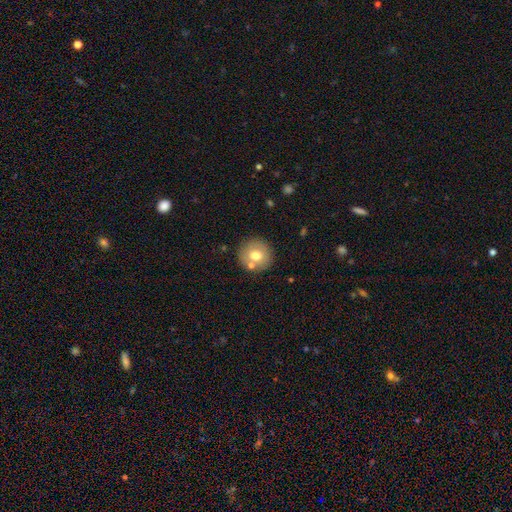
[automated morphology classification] smooth-or-featured: smooth: 69% | featured or disk: 20% | star or artifact: 10%
  how-rounded: round: 93% | in between: 6% | cigar-shaped: 1%
  merging: none: 78% | merger: 10% | minor disturbance: 9% | major disturbance: 3%